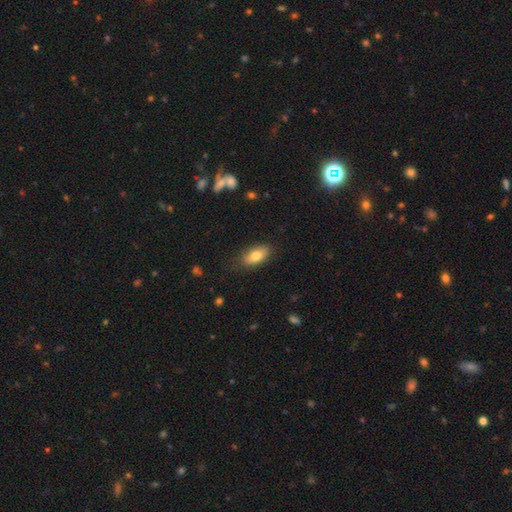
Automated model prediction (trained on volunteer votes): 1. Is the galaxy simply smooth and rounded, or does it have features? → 77% smooth, 16% featured or disk, 7% star or artifact.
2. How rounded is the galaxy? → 87% in between, 8% cigar-shaped, 5% round.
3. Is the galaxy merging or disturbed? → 80% none, 15% minor disturbance, 3% major disturbance, 1% merger.